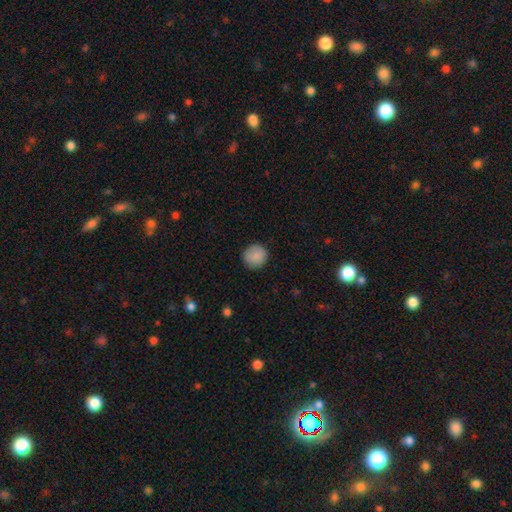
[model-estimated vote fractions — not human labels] smooth-or-featured: smooth: 88% | star or artifact: 7% | featured or disk: 5%
  how-rounded: round: 92% | in between: 7% | cigar-shaped: 1%
  merging: none: 89% | minor disturbance: 8% | major disturbance: 2% | merger: 1%